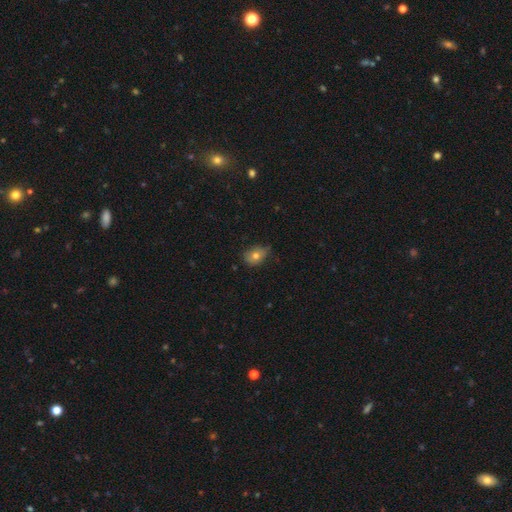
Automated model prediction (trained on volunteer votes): smooth 74%, featured or disk 15%, star or artifact 11%. Down the decision tree: how rounded — in between (55%); merging — none (61%).